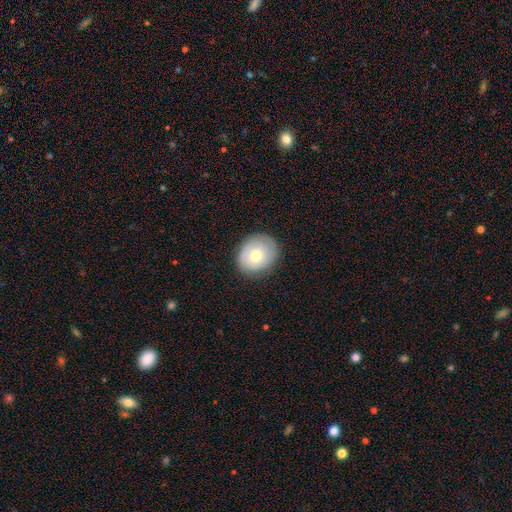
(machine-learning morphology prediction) A smooth galaxy with no disk features (68%) that is round (64%). Merging: none (81%).